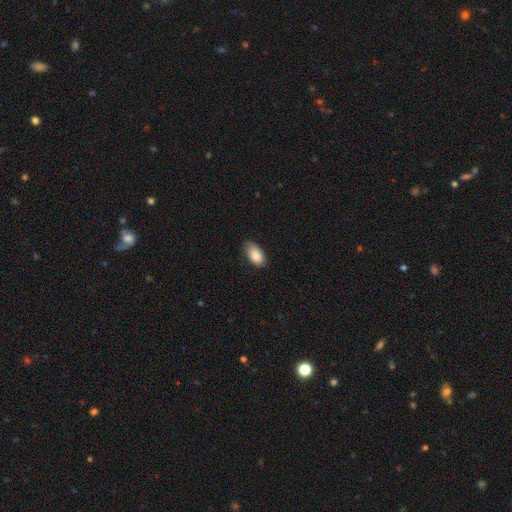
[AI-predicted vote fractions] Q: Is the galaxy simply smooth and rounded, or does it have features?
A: smooth — 84%.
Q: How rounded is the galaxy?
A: in between — 93%.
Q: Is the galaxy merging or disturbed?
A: none — 66%.